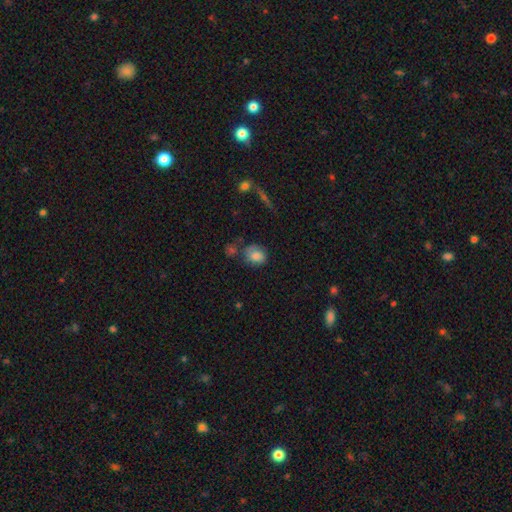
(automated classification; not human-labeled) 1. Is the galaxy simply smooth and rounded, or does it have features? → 74% smooth, 17% featured or disk, 9% star or artifact.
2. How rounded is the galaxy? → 53% in between, 45% round, 1% cigar-shaped.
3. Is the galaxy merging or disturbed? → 52% none, 26% minor disturbance, 11% merger, 11% major disturbance.